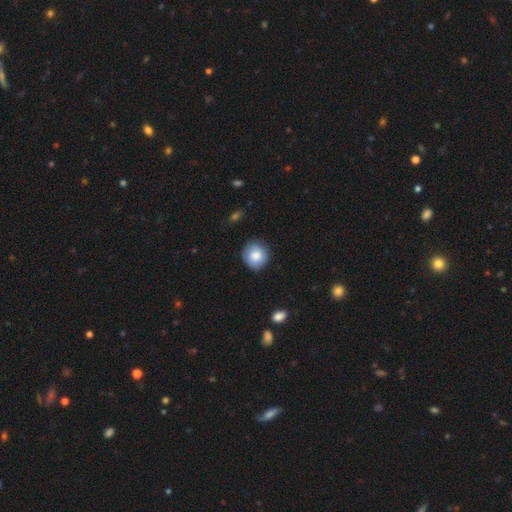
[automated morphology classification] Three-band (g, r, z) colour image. It shows a smooth galaxy with no disk features (84%) that is round (86%). Merging: none (83%).